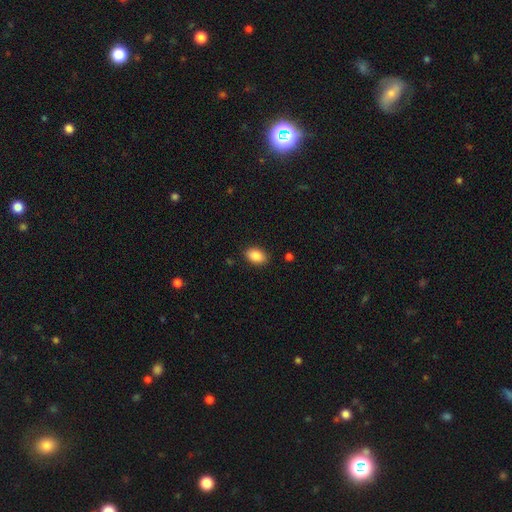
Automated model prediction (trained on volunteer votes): Overall: smooth (88%). How rounded: in between (88%). Merging: none (87%).